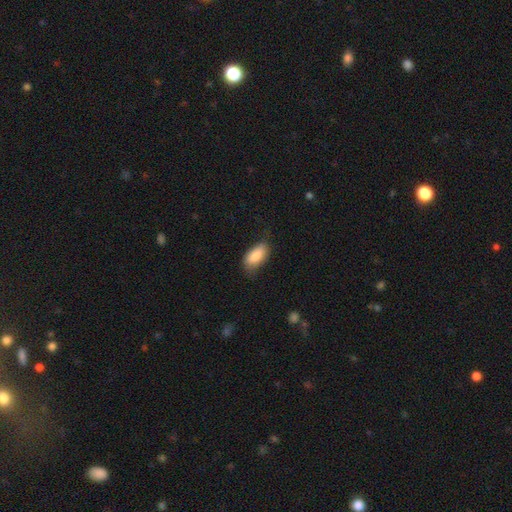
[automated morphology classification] A smooth galaxy with no disk features (86%) that is in between round and cigar-shaped (91%). Merging: none (66%).